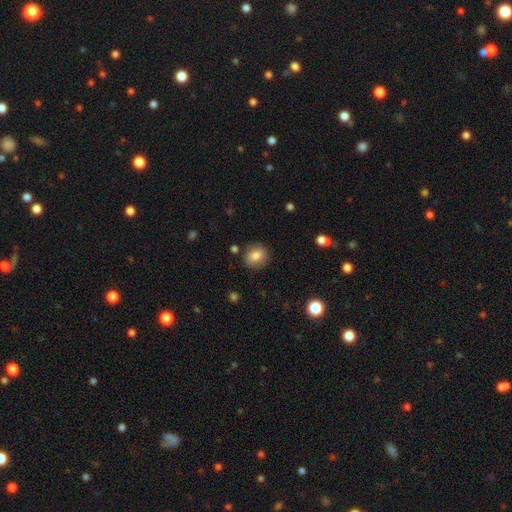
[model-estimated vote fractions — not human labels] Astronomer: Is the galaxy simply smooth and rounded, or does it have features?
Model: smooth — 81%.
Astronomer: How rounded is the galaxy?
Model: round — 71%.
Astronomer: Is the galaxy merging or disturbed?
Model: none — 85%.